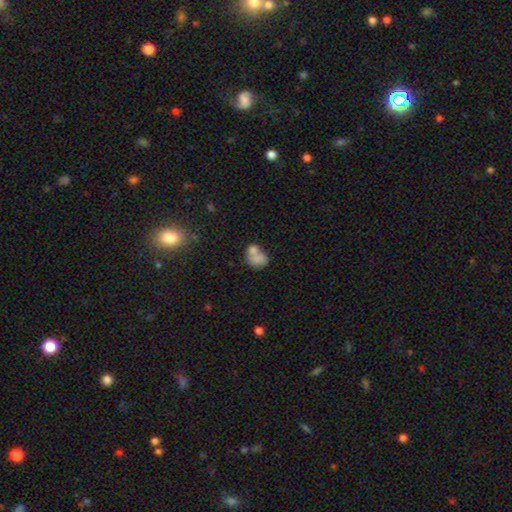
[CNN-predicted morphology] Smooth or featured: smooth — 74% (featured or disk — 16%)
How rounded: in between — 51% (round — 47%)
Merging: merger — 58% (none — 25%)